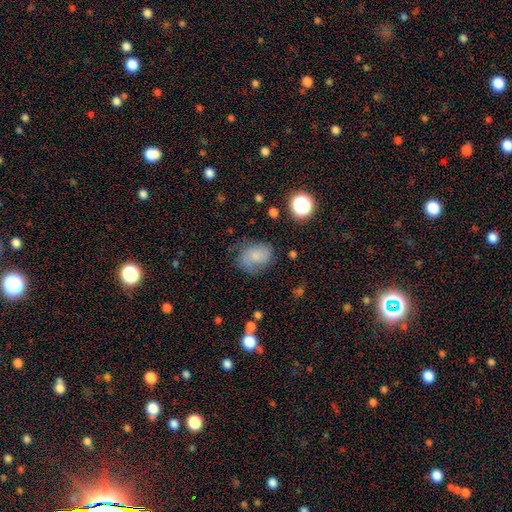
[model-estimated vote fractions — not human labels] Smooth or featured? smooth (68%)
How rounded? in between (63%)
Merging? none (60%)